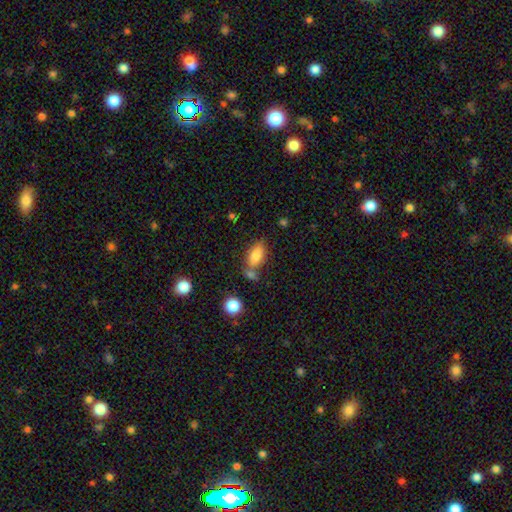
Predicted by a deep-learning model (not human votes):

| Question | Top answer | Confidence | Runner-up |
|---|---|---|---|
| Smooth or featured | smooth | 80% | featured or disk (12%) |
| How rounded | in between | 87% | cigar-shaped (9%) |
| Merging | none | 55% | merger (24%) |